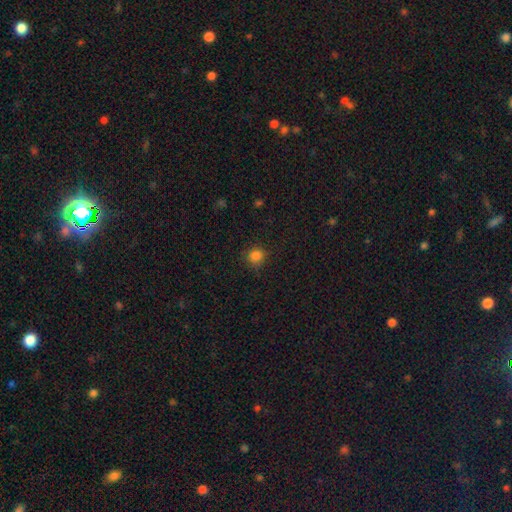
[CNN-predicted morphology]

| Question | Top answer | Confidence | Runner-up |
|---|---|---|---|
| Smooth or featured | smooth | 83% | star or artifact (13%) |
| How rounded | round | 87% | in between (12%) |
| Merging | none | 83% | minor disturbance (12%) |